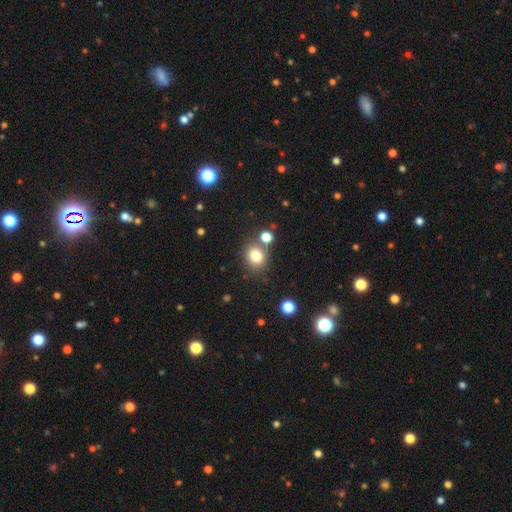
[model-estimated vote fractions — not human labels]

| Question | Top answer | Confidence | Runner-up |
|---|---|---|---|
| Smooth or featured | smooth | 80% | star or artifact (13%) |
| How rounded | round | 70% | in between (30%) |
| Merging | none | 72% | merger (14%) |